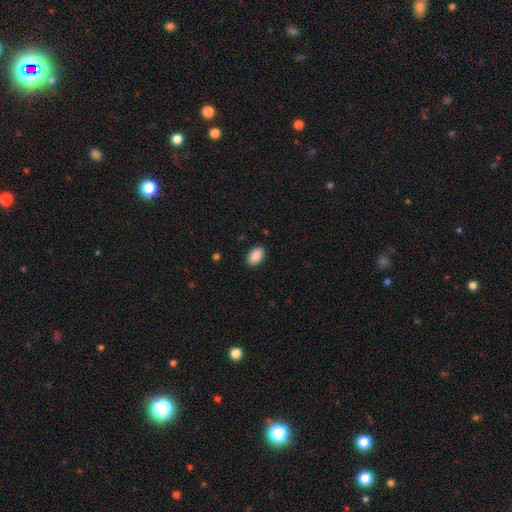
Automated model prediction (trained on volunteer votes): Smooth or featured? smooth (89%)
How rounded? in between (89%)
Merging? none (89%)